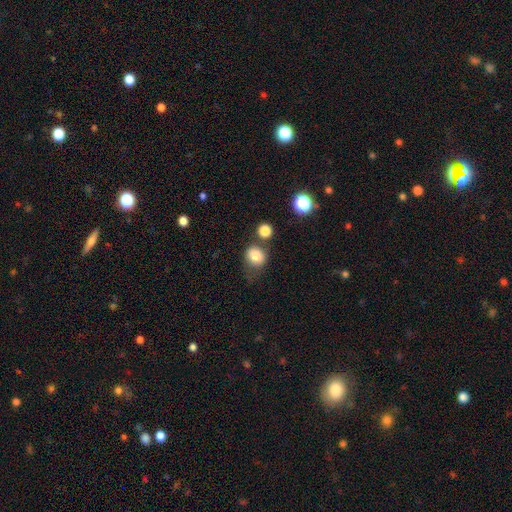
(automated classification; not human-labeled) This is clearly a smooth galaxy (81%). How rounded: likely round (74%). Merging: possibly none (55%).